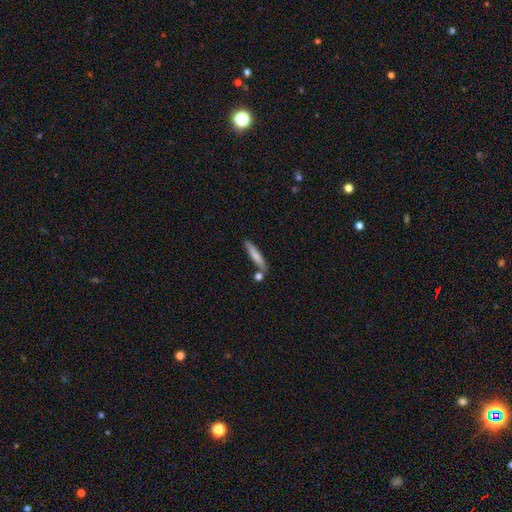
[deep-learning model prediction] Smooth or featured: smooth — 74% (featured or disk — 19%)
How rounded: cigar-shaped — 88% (in between — 10%)
Merging: none — 72% (minor disturbance — 13%)